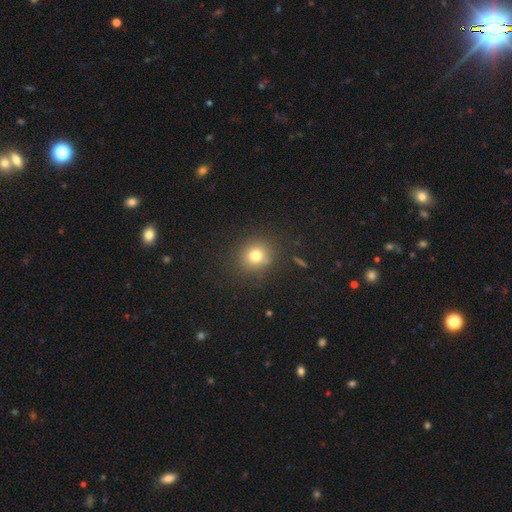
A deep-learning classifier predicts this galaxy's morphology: This appears to be a smooth galaxy with no disk features (77%) that is round (82%). Merging: none (85%).